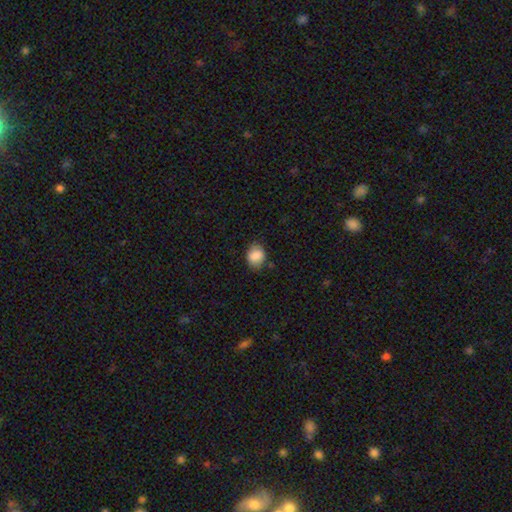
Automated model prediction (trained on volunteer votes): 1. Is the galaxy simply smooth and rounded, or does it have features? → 85% smooth, 8% star or artifact, 7% featured or disk.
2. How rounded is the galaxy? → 53% in between, 46% round, 1% cigar-shaped.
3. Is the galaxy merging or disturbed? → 74% none, 20% minor disturbance, 4% major disturbance, 2% merger.